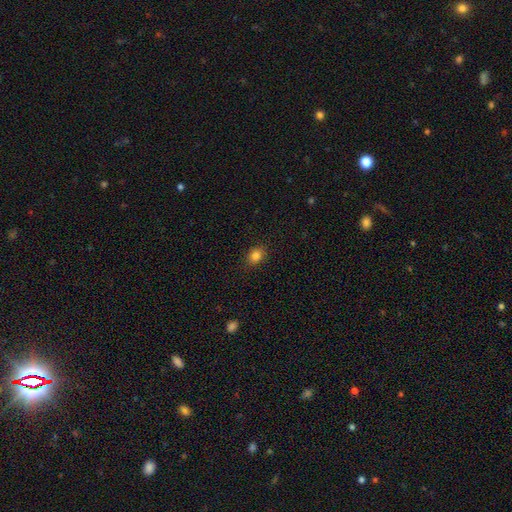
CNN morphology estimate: Smooth or featured? smooth (83%)
How rounded? in between (51%)
Merging? none (88%)